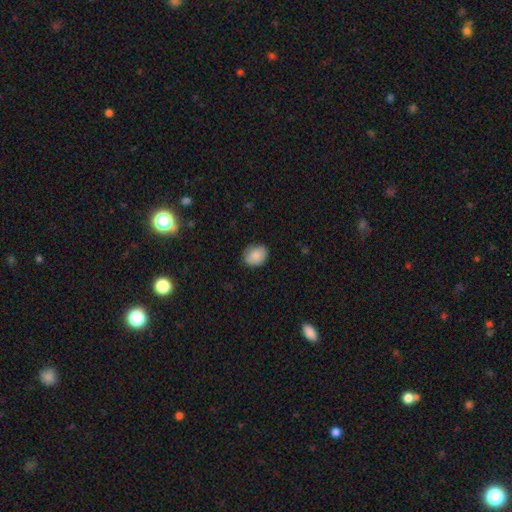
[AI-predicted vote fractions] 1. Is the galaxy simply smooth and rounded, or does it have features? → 83% smooth, 9% featured or disk, 7% star or artifact.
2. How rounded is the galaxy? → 52% round, 47% in between, 1% cigar-shaped.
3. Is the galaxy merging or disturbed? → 76% none, 19% minor disturbance, 4% major disturbance, 1% merger.